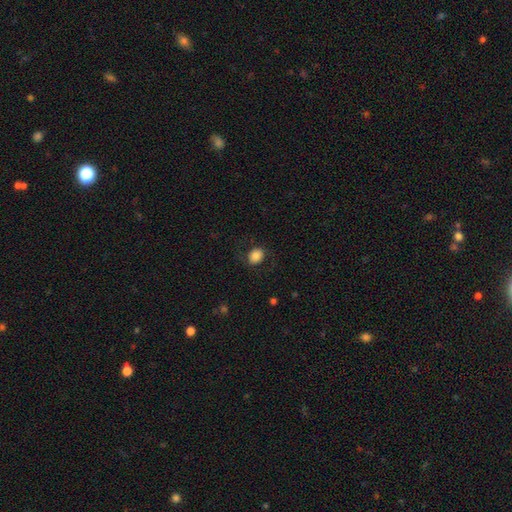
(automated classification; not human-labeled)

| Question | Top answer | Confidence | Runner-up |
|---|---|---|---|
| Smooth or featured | smooth | 83% | star or artifact (9%) |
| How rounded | round | 54% | in between (45%) |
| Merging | none | 81% | minor disturbance (12%) |